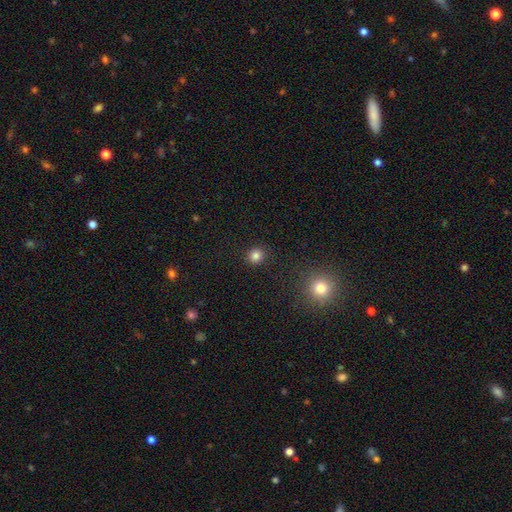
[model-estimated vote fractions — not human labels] Morphology: type=smooth (83%); roundness=round (86%); merging=none (90%).